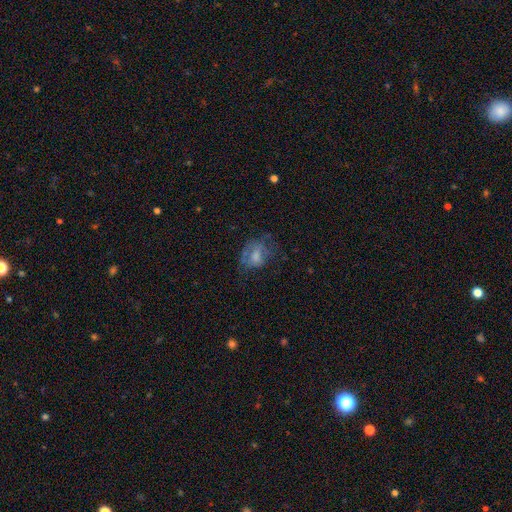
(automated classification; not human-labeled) Q: Smooth or featured?
A: smooth (52%); runner-up: featured or disk (36%)
Q: How rounded?
A: in between (65%); runner-up: round (33%)
Q: Merging?
A: none (40%); runner-up: major disturbance (33%)